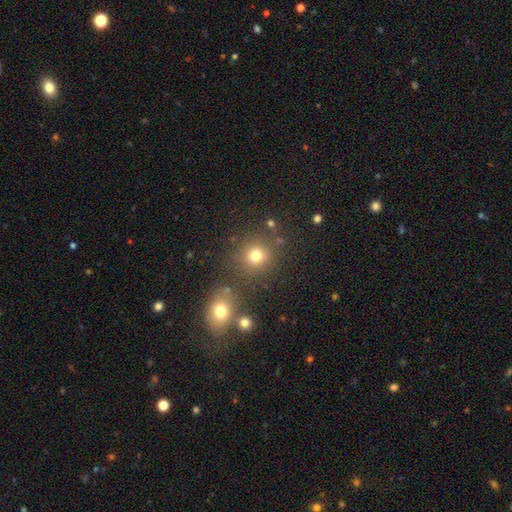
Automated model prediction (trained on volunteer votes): smooth-or-featured: smooth: 75% | star or artifact: 18% | featured or disk: 7%
  how-rounded: round: 88% | in between: 11% | cigar-shaped: 1%
  merging: none: 77% | merger: 10% | minor disturbance: 9% | major disturbance: 4%